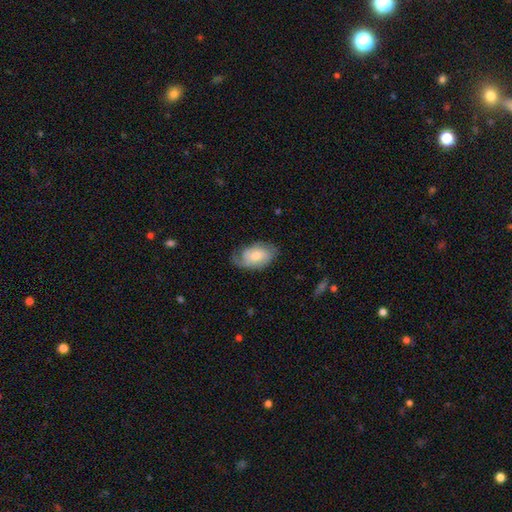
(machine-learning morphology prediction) This is possibly a smooth galaxy (49%). Merging: possibly none (60%).